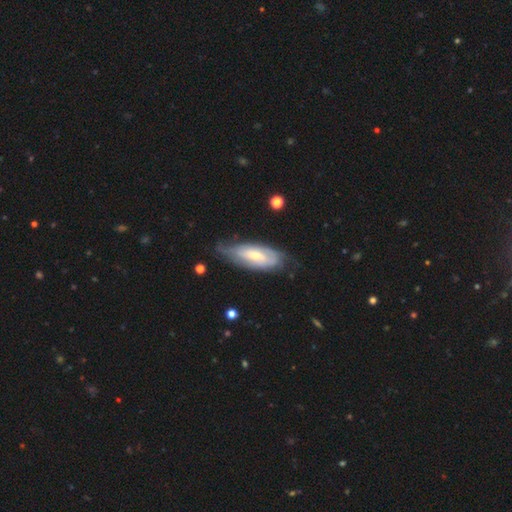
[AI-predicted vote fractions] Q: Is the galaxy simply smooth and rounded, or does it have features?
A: featured or disk — 61%.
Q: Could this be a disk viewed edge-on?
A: no — 81%.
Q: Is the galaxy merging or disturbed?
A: none — 53%.